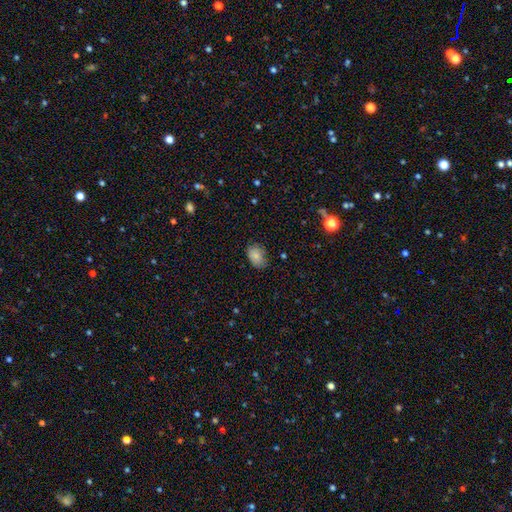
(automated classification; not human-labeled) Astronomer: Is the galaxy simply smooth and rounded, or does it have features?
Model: smooth — 84%.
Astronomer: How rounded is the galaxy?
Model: in between — 78%.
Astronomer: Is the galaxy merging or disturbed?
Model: none — 74%.